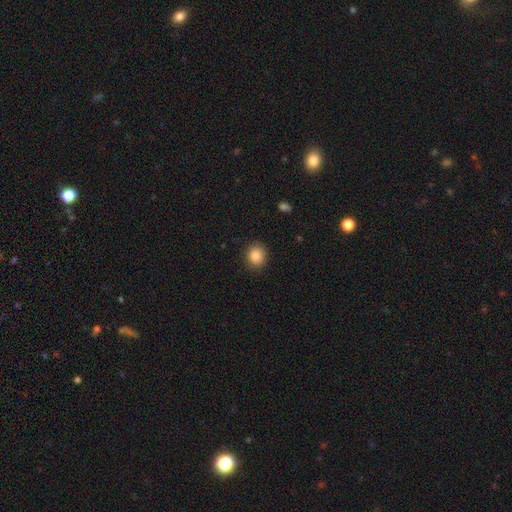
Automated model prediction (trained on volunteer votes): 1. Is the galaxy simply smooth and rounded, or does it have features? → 88% smooth, 8% star or artifact, 3% featured or disk.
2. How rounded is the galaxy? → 71% round, 28% in between, 1% cigar-shaped.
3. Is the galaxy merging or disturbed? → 86% none, 10% minor disturbance, 3% major disturbance, 1% merger.